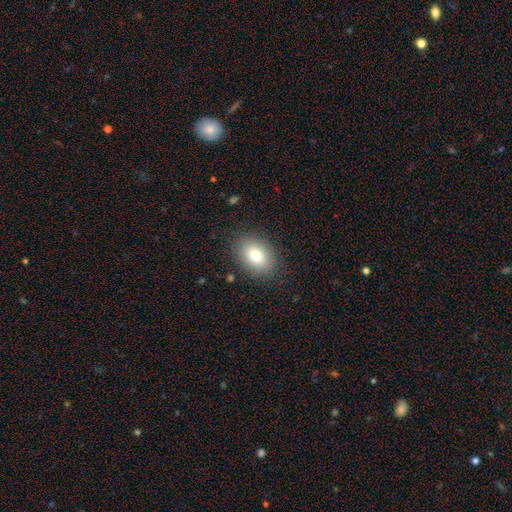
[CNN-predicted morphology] A smooth galaxy with no disk features (80%) that is in between round and cigar-shaped (80%). Merging: none (85%).